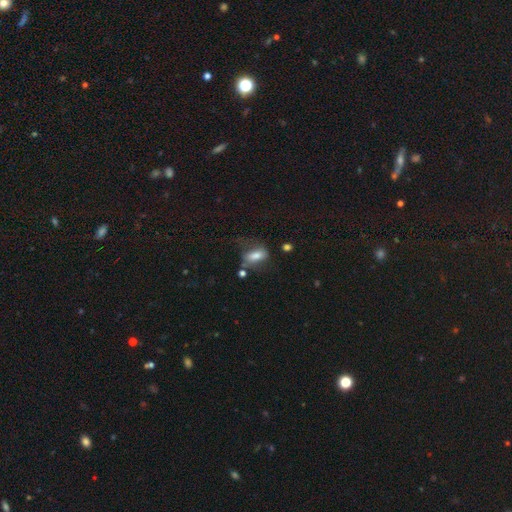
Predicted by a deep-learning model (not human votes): Morphology: type=smooth (69%); roundness=in between (83%); merging=none (42%).